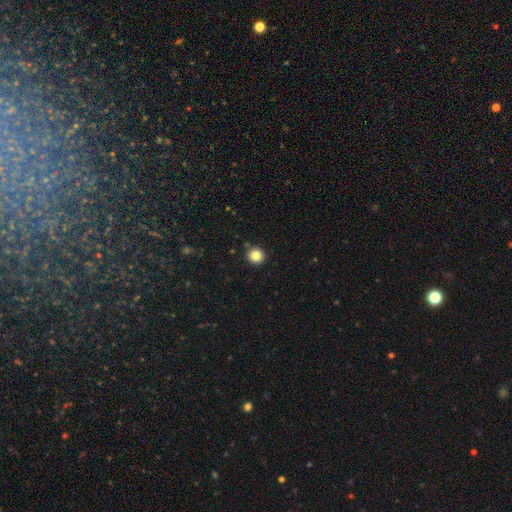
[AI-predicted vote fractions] Overall: smooth (85%). How rounded: round (92%). Merging: none (90%).